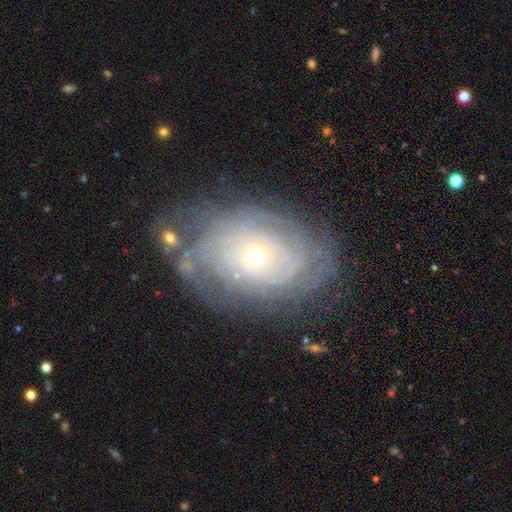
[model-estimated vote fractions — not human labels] Smooth or featured? Predicted: featured or disk (p=0.82). Edge-on disk? Predicted: no (p=0.96). Bar? Predicted: no (p=0.81). Spiral arms? Predicted: yes (p=0.89). Spiral winding? Predicted: tight (p=0.81). Spiral arm count? Predicted: can't tell (p=0.50). Bulge size? Predicted: small (p=0.54). Merging? Predicted: none (p=0.70).